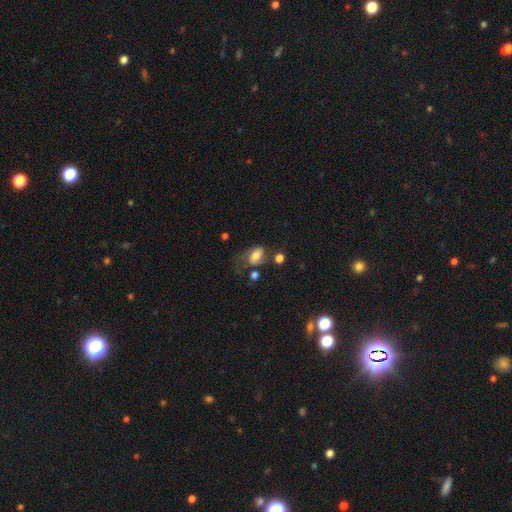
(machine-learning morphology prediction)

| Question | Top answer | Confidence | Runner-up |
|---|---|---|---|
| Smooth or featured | smooth | 63% | featured or disk (27%) |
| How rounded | in between | 79% | round (20%) |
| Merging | none | 34% | major disturbance (29%) |